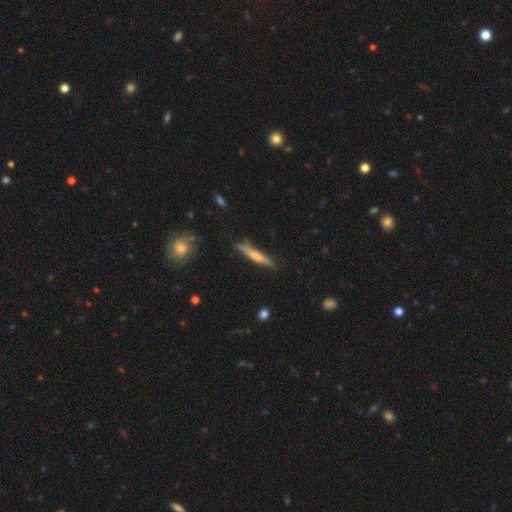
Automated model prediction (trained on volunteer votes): Smooth or featured? featured or disk (50%)
Edge-on disk? yes (94%)
Merging? none (83%)